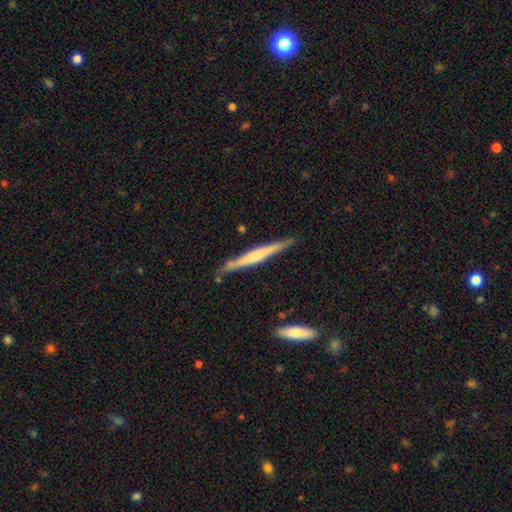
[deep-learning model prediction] Overall: featured or disk (60%; smooth 34%). Edge-on disk: yes (97%). Edge-on bulge: rounded (40%; none 33%). Merging: none (83%).